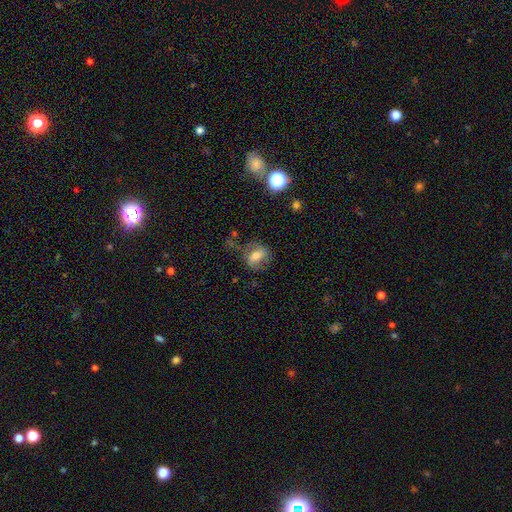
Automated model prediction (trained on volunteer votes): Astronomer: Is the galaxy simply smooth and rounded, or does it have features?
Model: smooth — 52% (runner-up: featured or disk, 37%).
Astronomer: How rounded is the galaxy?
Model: in between — 59% (runner-up: round, 38%).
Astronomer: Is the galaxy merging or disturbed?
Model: none — 56%.